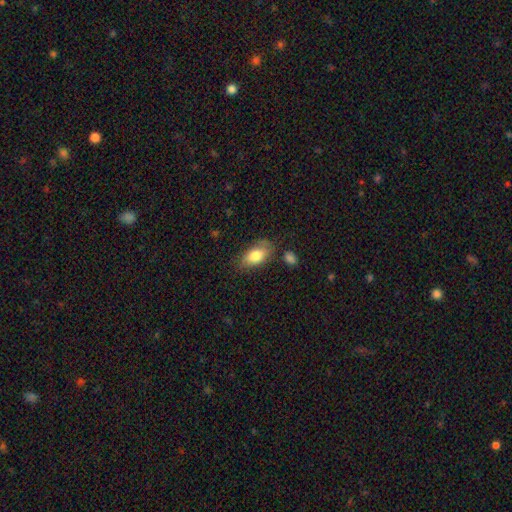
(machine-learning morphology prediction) Smooth or featured? smooth (80%)
How rounded? in between (91%)
Merging? none (70%)